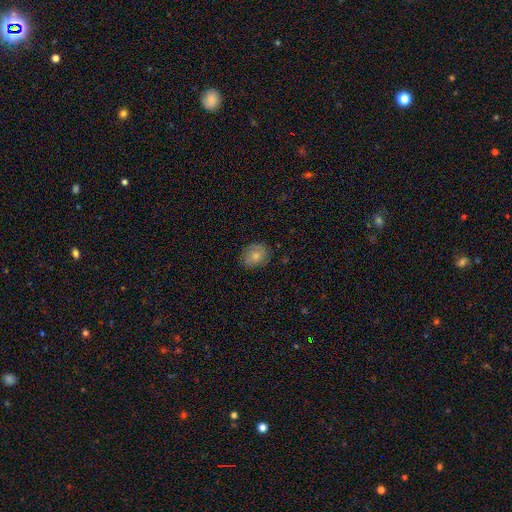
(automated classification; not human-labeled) smooth-or-featured: smooth: 76% | featured or disk: 16% | star or artifact: 8%
  how-rounded: round: 52% | in between: 47% | cigar-shaped: 1%
  merging: none: 80% | minor disturbance: 15% | major disturbance: 3% | merger: 1%